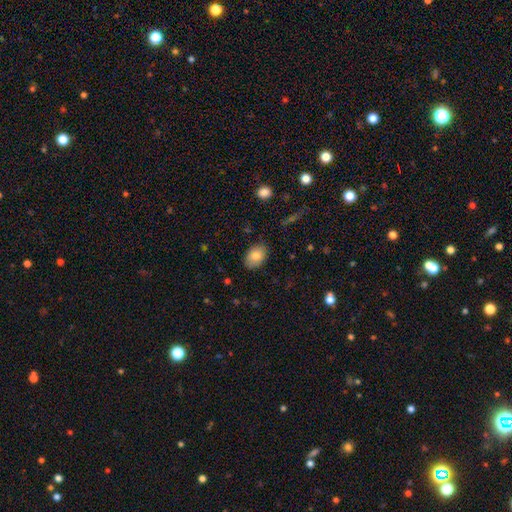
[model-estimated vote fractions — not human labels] A smooth galaxy with no disk features (82%) that is in between round and cigar-shaped (82%).

Vote fractions:
- Smooth or featured? smooth: 82% / featured or disk: 10% / star or artifact: 8%
- How rounded? in between: 82% / round: 17% / cigar-shaped: 1%
- Merging? none: 84% / minor disturbance: 12% / major disturbance: 3% / merger: 1%